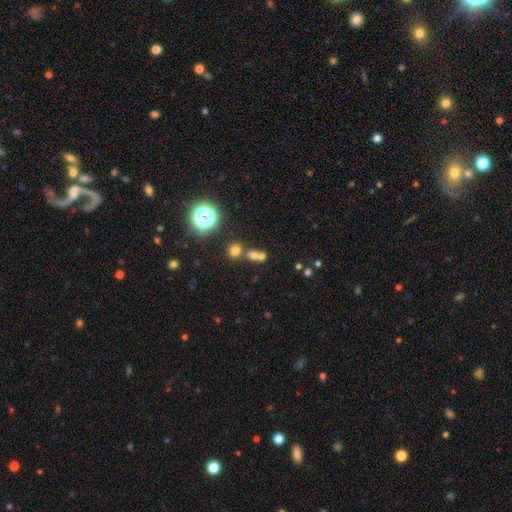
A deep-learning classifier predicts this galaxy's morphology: Q: Smooth or featured?
A: smooth (63%); runner-up: star or artifact (24%)
Q: How rounded?
A: round (67%); runner-up: in between (31%)
Q: Merging?
A: merger (52%); runner-up: none (38%)